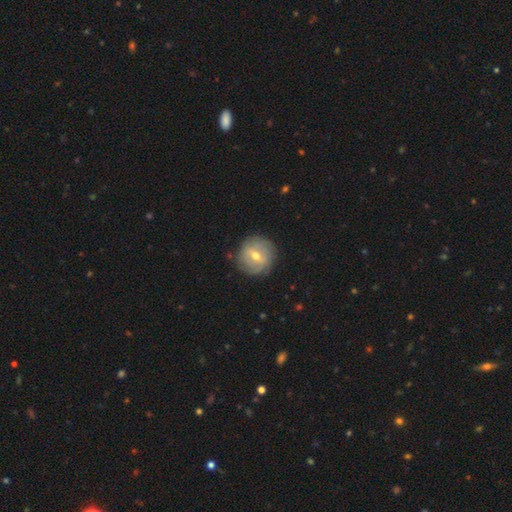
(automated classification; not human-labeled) A featured or disk galaxy (54%) with a weak bar (56%), spiral arms (56%) and a moderate central bulge (68%). Merging: none (84%).